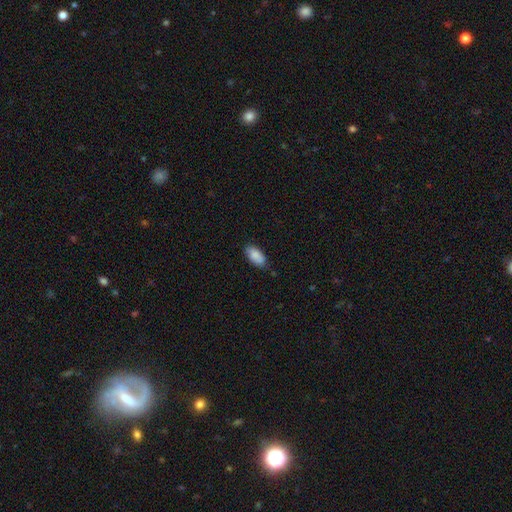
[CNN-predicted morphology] smooth-or-featured: smooth: 87% | featured or disk: 6% | star or artifact: 6%
  how-rounded: in between: 92% | cigar-shaped: 6% | round: 2%
  merging: none: 80% | minor disturbance: 16% | major disturbance: 3% | merger: 1%